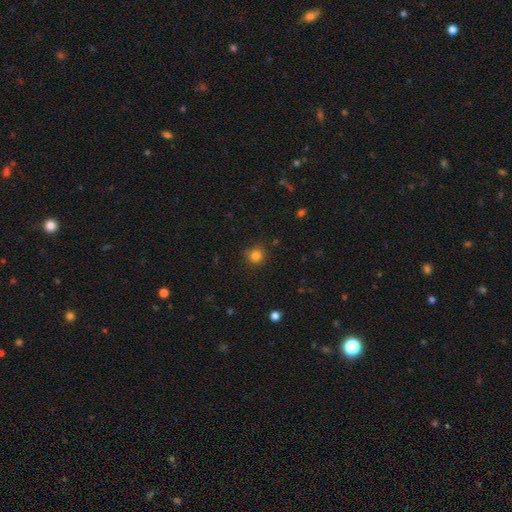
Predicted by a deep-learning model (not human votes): Morphology: type=smooth (82%); roundness=round (93%); merging=none (87%).